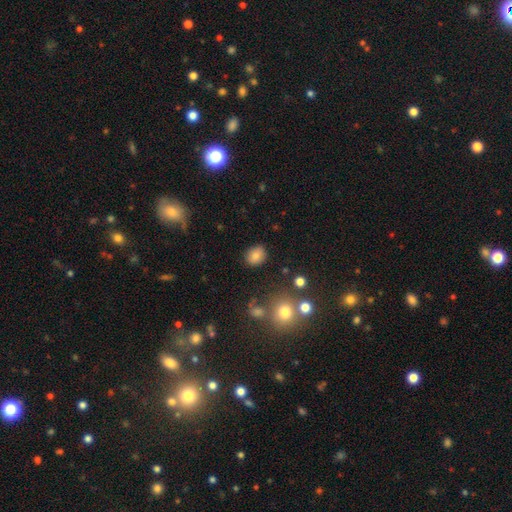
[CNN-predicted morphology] Smooth or featured: smooth — 81% (star or artifact — 11%)
How rounded: round — 54% (in between — 45%)
Merging: none — 84% (minor disturbance — 11%)